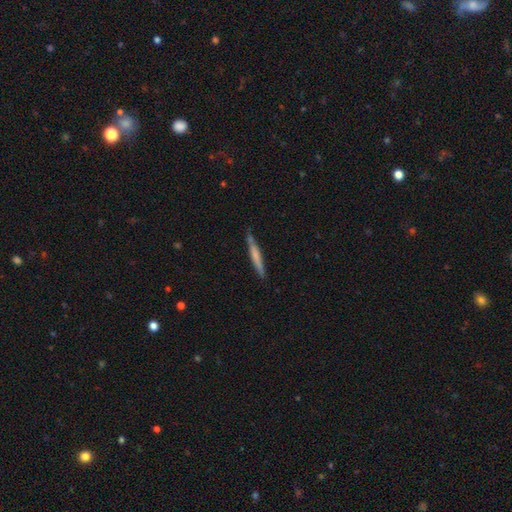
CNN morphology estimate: This appears to be a smooth galaxy with no disk features (56%) that is cigar-shaped (96%). Merging: none (83%).